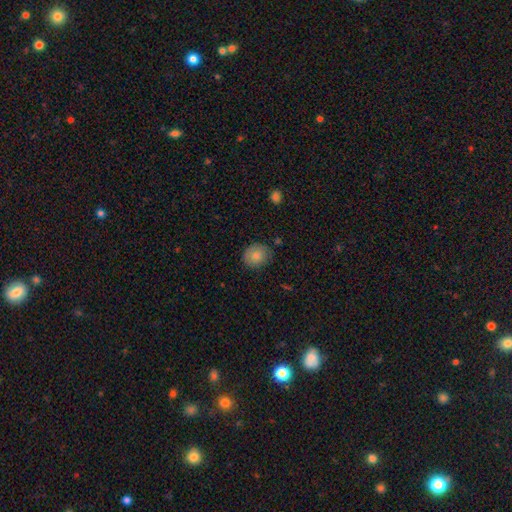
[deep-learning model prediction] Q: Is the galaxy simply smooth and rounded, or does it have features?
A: smooth — 82%.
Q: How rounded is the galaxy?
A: round — 69%.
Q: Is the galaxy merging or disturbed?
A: none — 78%.